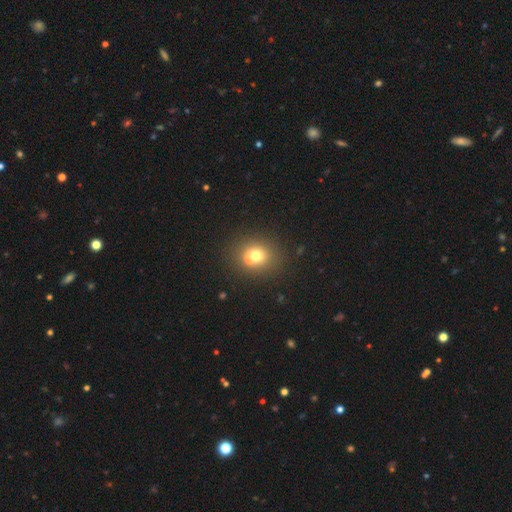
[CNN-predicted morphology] smooth 71%, star or artifact 15%, featured or disk 14%. Down the decision tree: how rounded — round (75%); merging — none (76%).